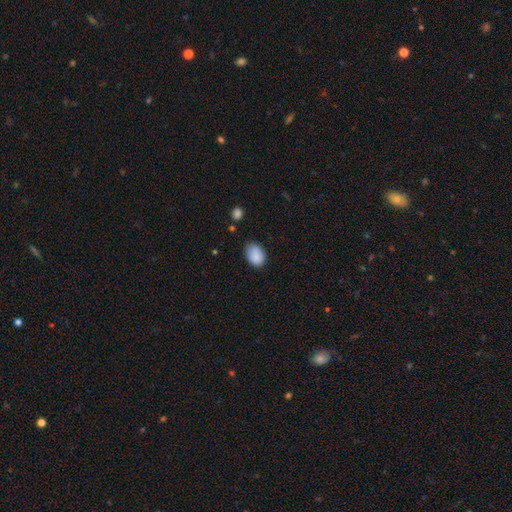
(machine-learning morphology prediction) This is clearly a smooth galaxy (88%). How rounded: clearly in between (84%). Merging: likely none (74%).